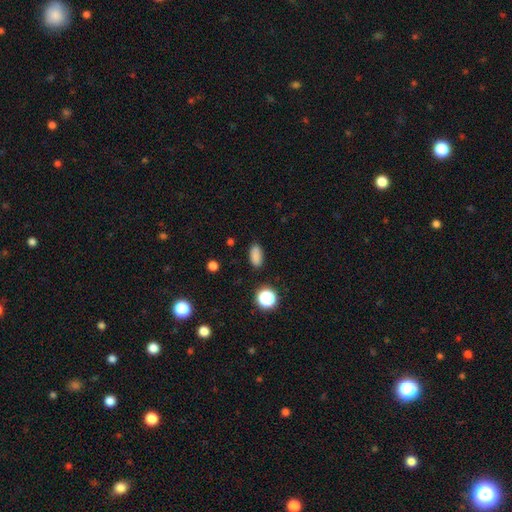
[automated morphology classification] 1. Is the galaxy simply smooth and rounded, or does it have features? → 84% smooth, 12% star or artifact, 4% featured or disk.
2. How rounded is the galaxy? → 86% in between, 8% cigar-shaped, 6% round.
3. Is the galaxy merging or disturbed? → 87% none, 9% minor disturbance, 2% major disturbance, 2% merger.